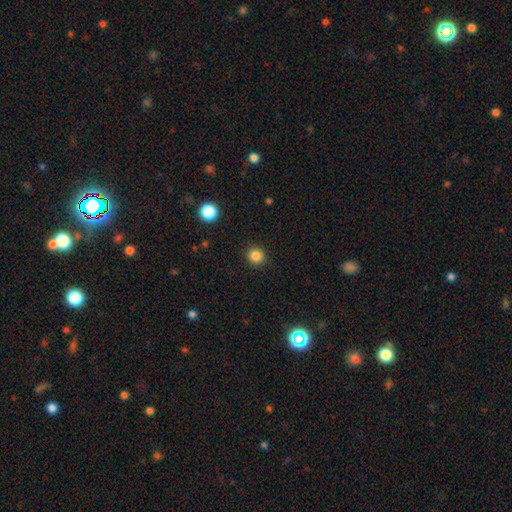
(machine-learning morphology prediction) Smooth or featured?
  - smooth: 85% *
  - star or artifact: 12%
  - featured or disk: 4%
How rounded?
  - round: 92% *
  - in between: 7%
  - cigar-shaped: 1%
Merging?
  - none: 91% *
  - minor disturbance: 6%
  - major disturbance: 2%
  - merger: 1%